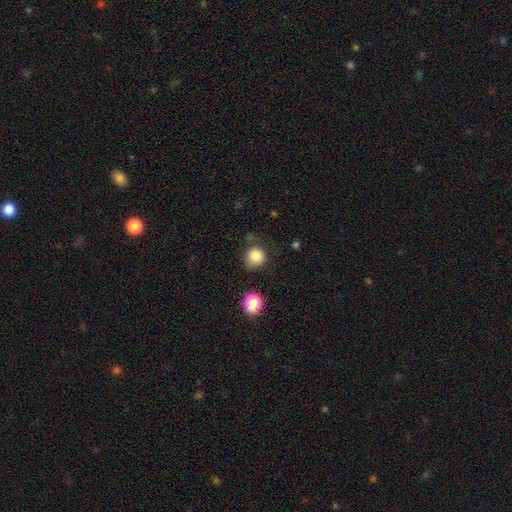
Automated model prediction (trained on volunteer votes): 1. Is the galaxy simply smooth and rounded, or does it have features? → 83% smooth, 11% star or artifact, 6% featured or disk.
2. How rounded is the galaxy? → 88% round, 11% in between, 1% cigar-shaped.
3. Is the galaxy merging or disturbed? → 67% none, 21% minor disturbance, 7% major disturbance, 5% merger.